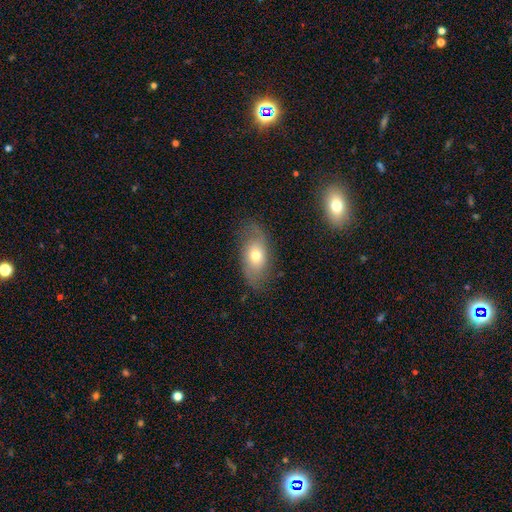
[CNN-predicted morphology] type=smooth (51%); roundness=in between (85%); merging=none (73%).